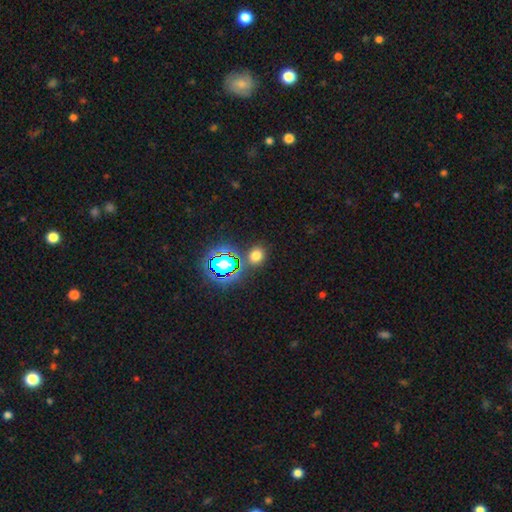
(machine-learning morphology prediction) type=smooth (63%); roundness=round (67%); merging=none (81%).